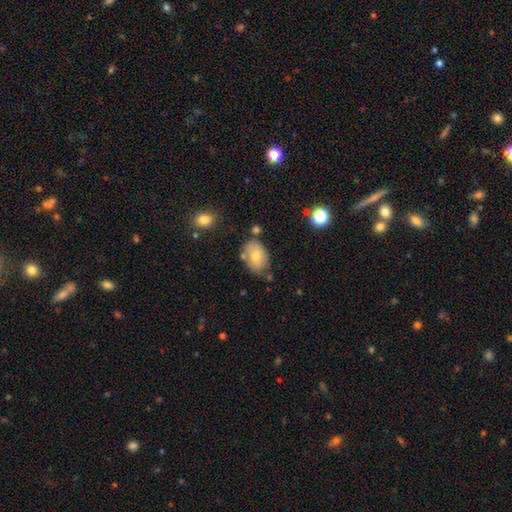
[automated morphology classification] smooth-or-featured: smooth: 68% | featured or disk: 22% | star or artifact: 10%
  how-rounded: in between: 77% | round: 22% | cigar-shaped: 1%
  merging: none: 65% | minor disturbance: 22% | merger: 8% | major disturbance: 5%